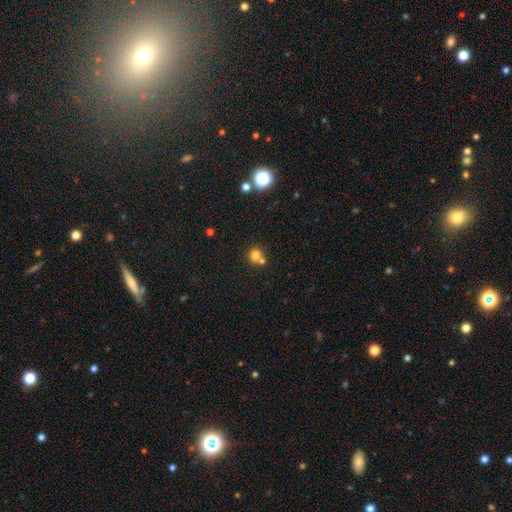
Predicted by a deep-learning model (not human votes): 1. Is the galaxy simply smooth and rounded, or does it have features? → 77% smooth, 15% star or artifact, 8% featured or disk.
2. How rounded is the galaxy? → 87% round, 12% in between, 1% cigar-shaped.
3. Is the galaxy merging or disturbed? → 56% none, 33% merger, 8% minor disturbance, 3% major disturbance.